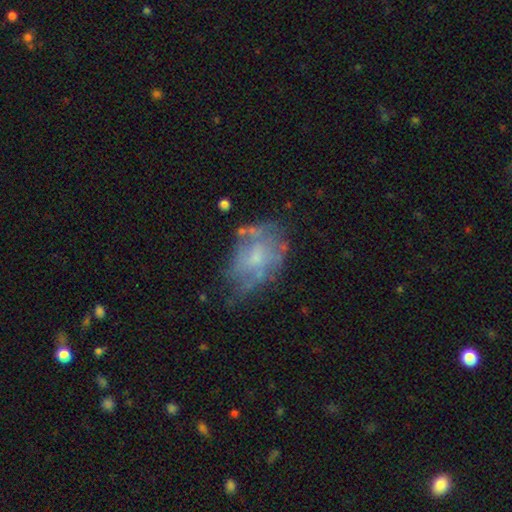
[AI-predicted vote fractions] The model was most divided on "bulge size": small: 48%, moderate: 32%, none: 17%, large: 2%, dominant: 1%. Remaining: edge-on disk — no (96%); bar — no (74%); spiral arms — no (59%); smooth or featured — featured or disk (58%); merging — none (45%).